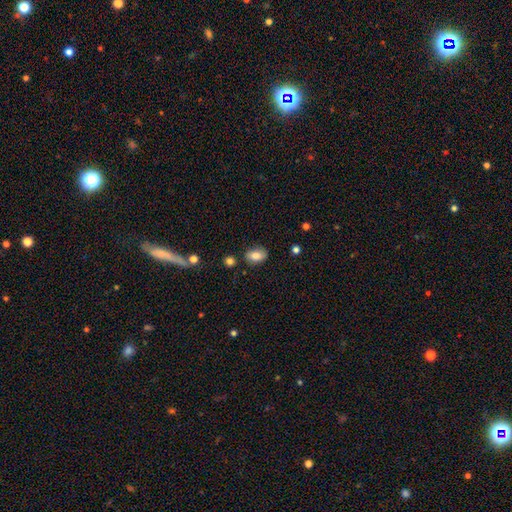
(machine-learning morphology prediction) Smooth or featured?
  - smooth: 81% *
  - featured or disk: 10%
  - star or artifact: 9%
How rounded?
  - in between: 85% *
  - round: 14%
  - cigar-shaped: 2%
Merging?
  - none: 79% *
  - minor disturbance: 15%
  - merger: 3%
  - major disturbance: 3%